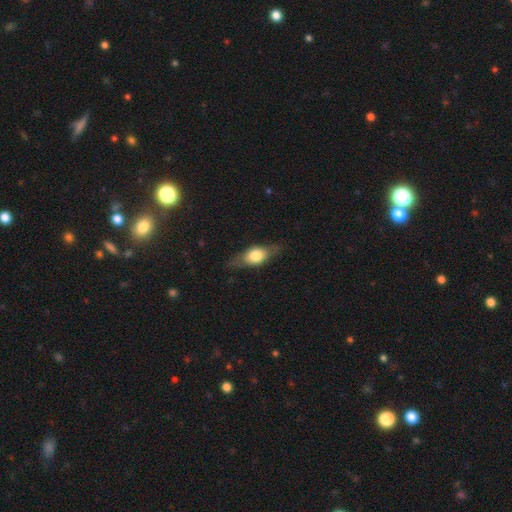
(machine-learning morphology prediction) smooth 54%, featured or disk 39%, star or artifact 7%. Down the decision tree: how rounded — in between (69%); merging — none (76%).